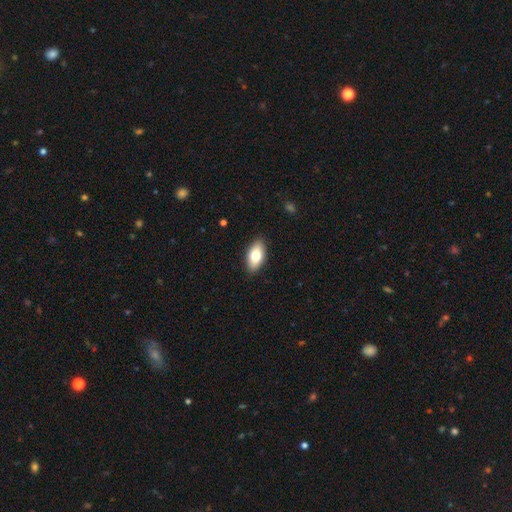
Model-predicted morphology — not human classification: The model was most divided on "smooth or featured": smooth: 77%, featured or disk: 16%, star or artifact: 7%. More confident: how rounded — in between (91%); merging — none (88%).